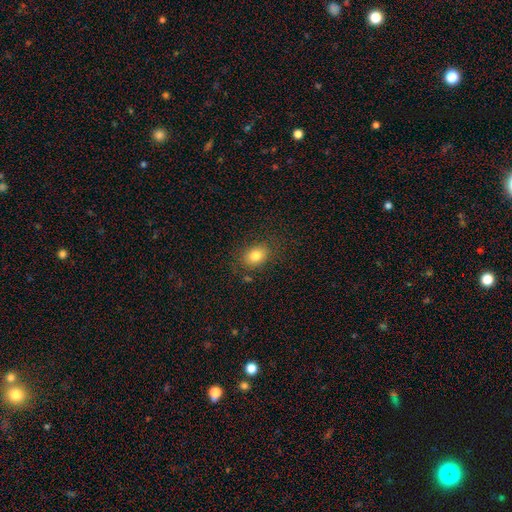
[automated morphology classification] Smooth or featured? Predicted: smooth (p=0.81). How rounded? Predicted: in between (p=0.65). Merging? Predicted: none (p=0.81).